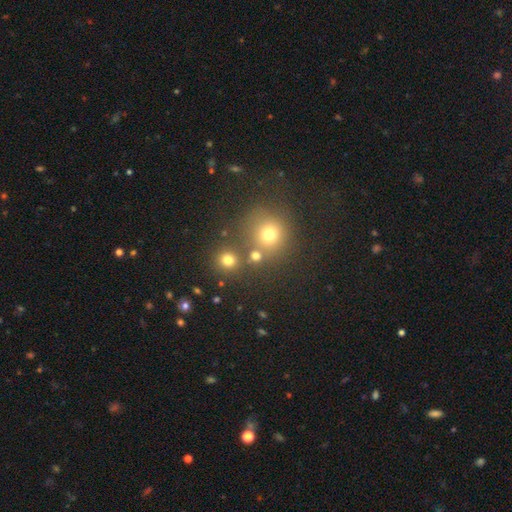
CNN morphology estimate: Overall: smooth (71%). How rounded: round (87%). Merging: none (69%).